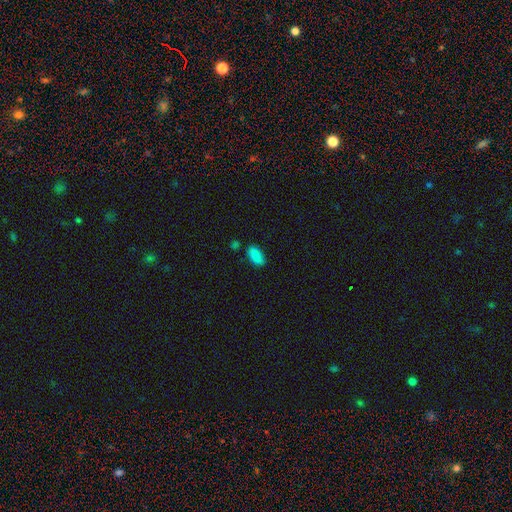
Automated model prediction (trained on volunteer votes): Morphology: type=smooth (88%); roundness=in between (90%); merging=none (79%).